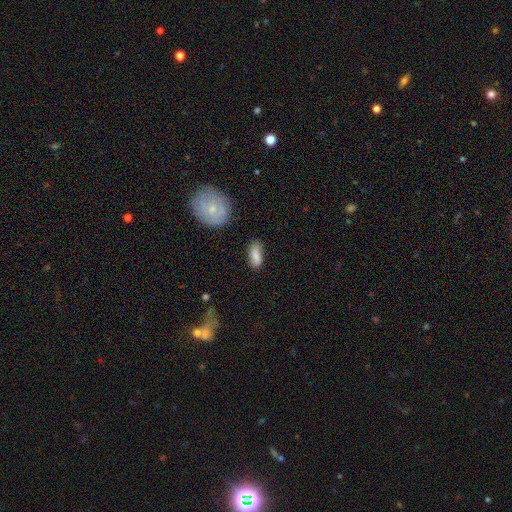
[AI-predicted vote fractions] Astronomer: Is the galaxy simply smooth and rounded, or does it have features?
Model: smooth — 80%.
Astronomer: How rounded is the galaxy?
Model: in between — 83%.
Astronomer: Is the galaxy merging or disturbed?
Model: none — 68%.